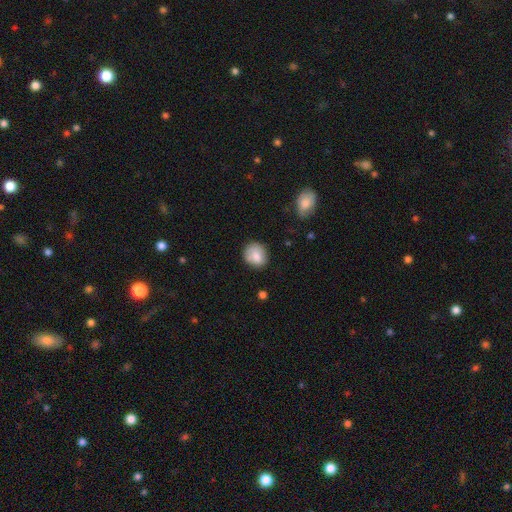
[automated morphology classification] smooth-or-featured: smooth: 81% | featured or disk: 11% | star or artifact: 8%
  how-rounded: round: 75% | in between: 24% | cigar-shaped: 1%
  merging: none: 74% | minor disturbance: 19% | major disturbance: 4% | merger: 3%